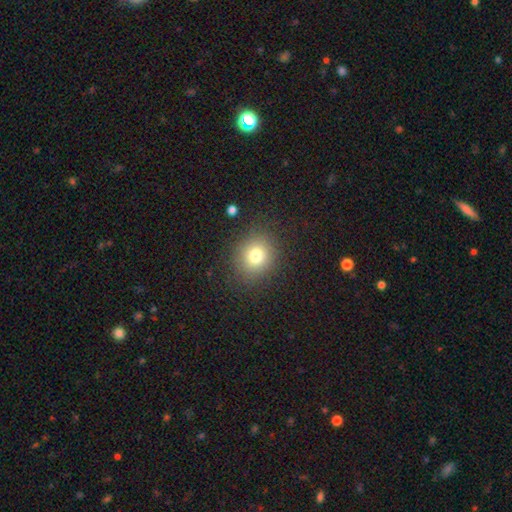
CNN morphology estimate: This appears to be a smooth galaxy with no disk features (77%) that is round (72%). Merging: none (85%).